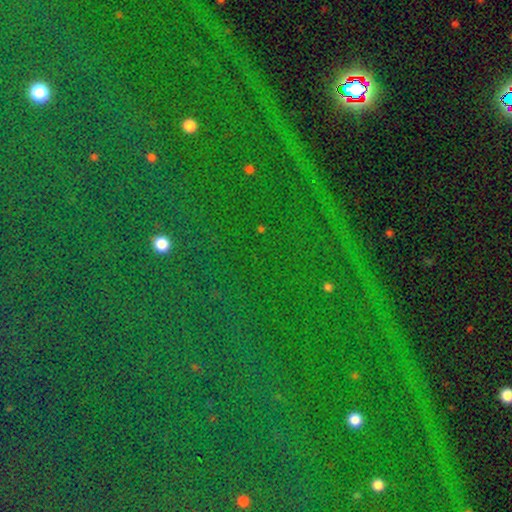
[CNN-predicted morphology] Smooth or featured?
  - star or artifact: 81% *
  - smooth: 10%
  - featured or disk: 9%